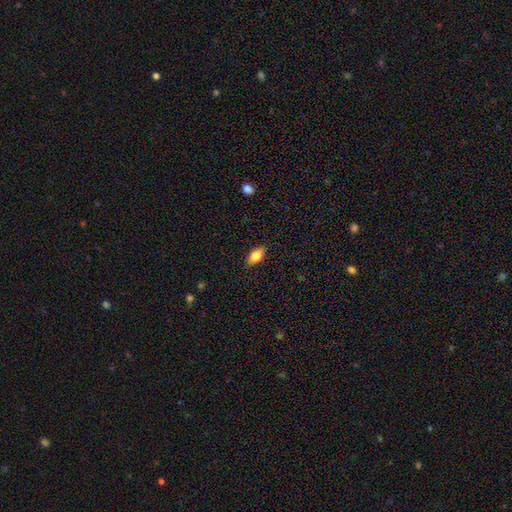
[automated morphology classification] This is clearly a smooth galaxy (82%). How rounded: clearly in between (86%). Merging: clearly none (86%).